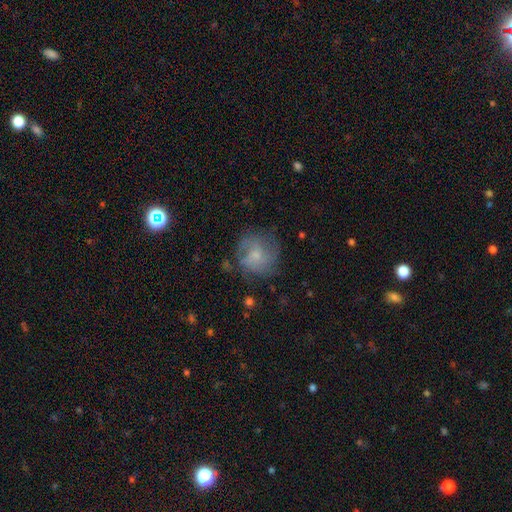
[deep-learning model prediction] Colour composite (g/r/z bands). It shows a featured or disk galaxy (48%). Merging: none (65%).